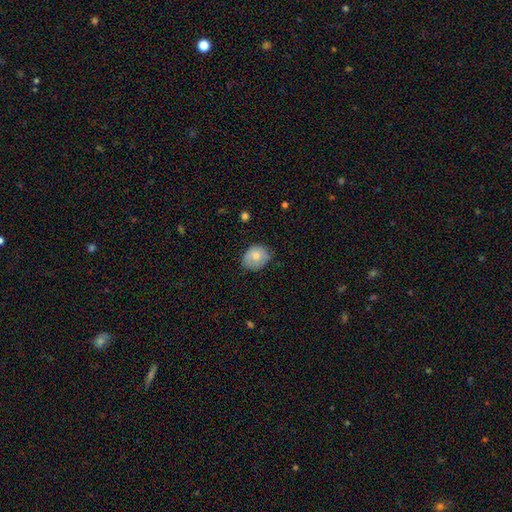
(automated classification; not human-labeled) smooth 74%, featured or disk 19%, star or artifact 8%. Down the decision tree: how rounded — round (54%); merging — none (65%).